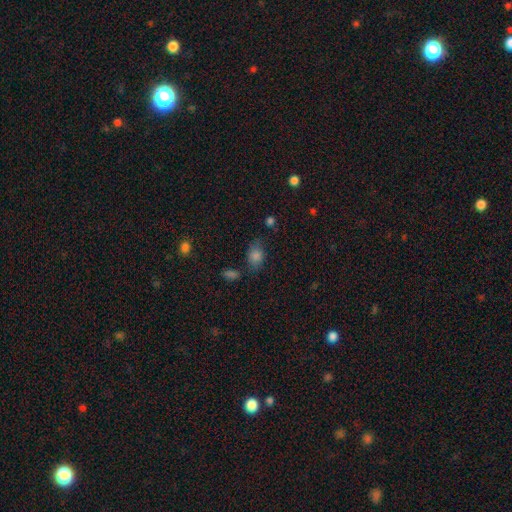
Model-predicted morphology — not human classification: type=smooth (78%); roundness=in between (78%); merging=none (67%).